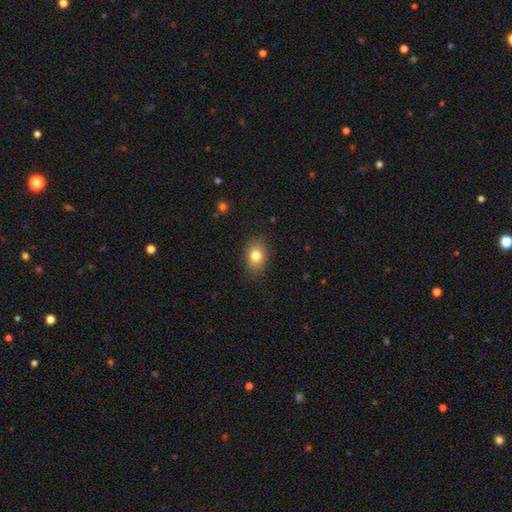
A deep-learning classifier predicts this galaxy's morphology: Q: Smooth or featured?
A: smooth (80%); runner-up: featured or disk (10%)
Q: How rounded?
A: in between (72%); runner-up: round (27%)
Q: Merging?
A: none (84%); runner-up: minor disturbance (12%)